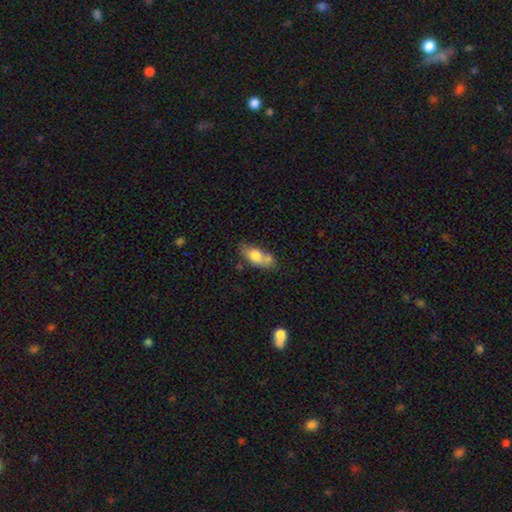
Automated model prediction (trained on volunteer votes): Smooth or featured? Predicted: smooth (p=0.70). How rounded? Predicted: in between (p=0.84). Merging? Predicted: none (p=0.47).